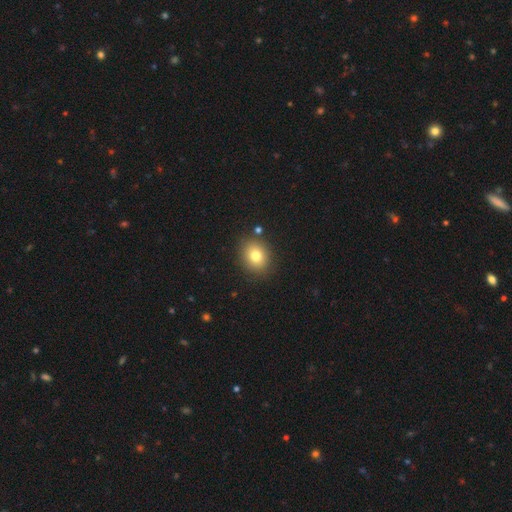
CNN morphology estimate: This appears to be a smooth galaxy with no disk features (78%) that is round (62%). Merging: none (85%).